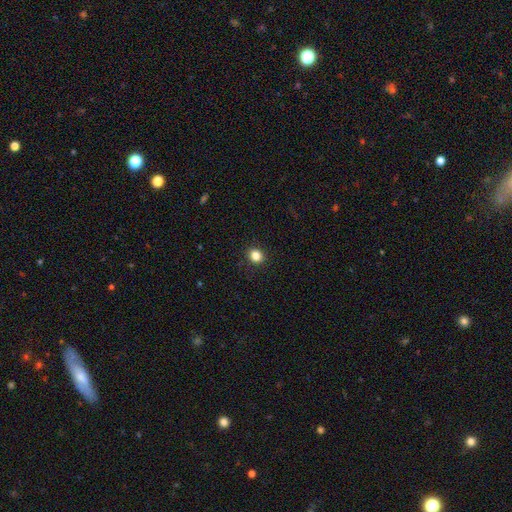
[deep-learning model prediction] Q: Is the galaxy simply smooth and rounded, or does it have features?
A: smooth — 84%.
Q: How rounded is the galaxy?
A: round — 76%.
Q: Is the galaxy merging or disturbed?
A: none — 91%.